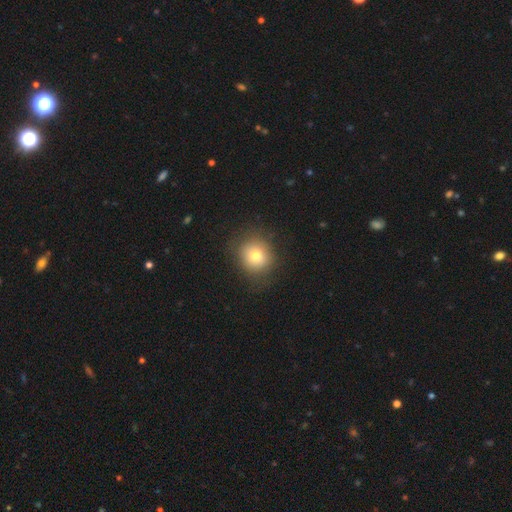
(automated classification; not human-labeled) smooth 75%, featured or disk 13%, star or artifact 12%. Down the decision tree: how rounded — round (86%); merging — none (83%).